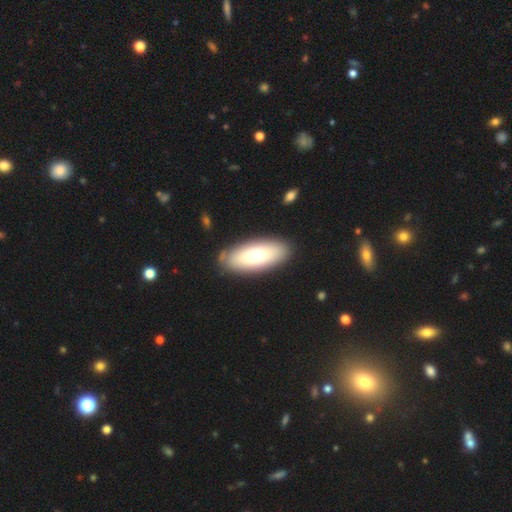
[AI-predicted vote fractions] smooth-or-featured: smooth: 75% | featured or disk: 19% | star or artifact: 6%
  how-rounded: in between: 82% | cigar-shaped: 16% | round: 2%
  merging: none: 84% | minor disturbance: 11% | major disturbance: 3% | merger: 3%